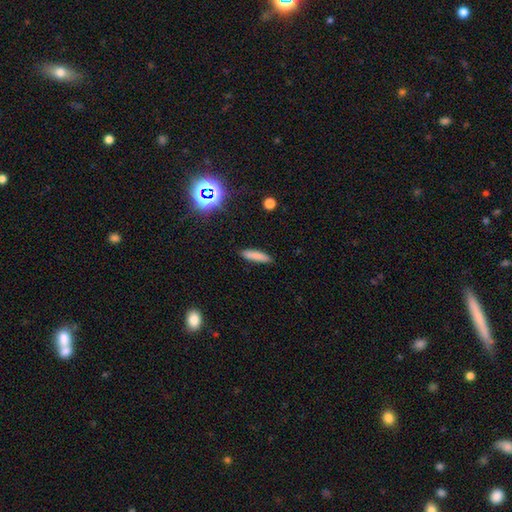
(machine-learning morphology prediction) Overall: smooth (81%). How rounded: cigar-shaped (75%). Merging: none (88%).